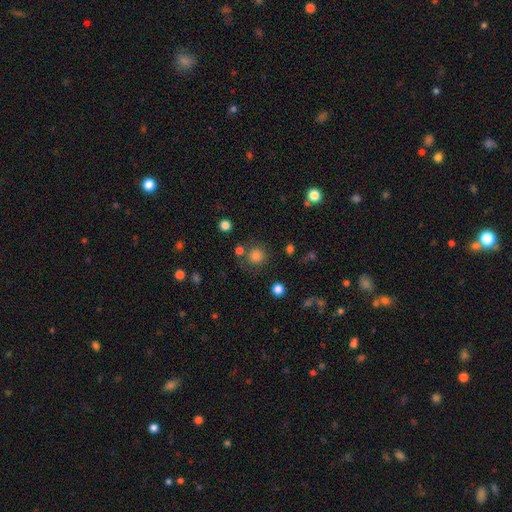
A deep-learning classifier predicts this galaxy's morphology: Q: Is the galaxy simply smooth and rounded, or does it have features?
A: smooth — 81%.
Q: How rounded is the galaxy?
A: round — 91%.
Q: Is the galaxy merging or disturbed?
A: none — 75%.